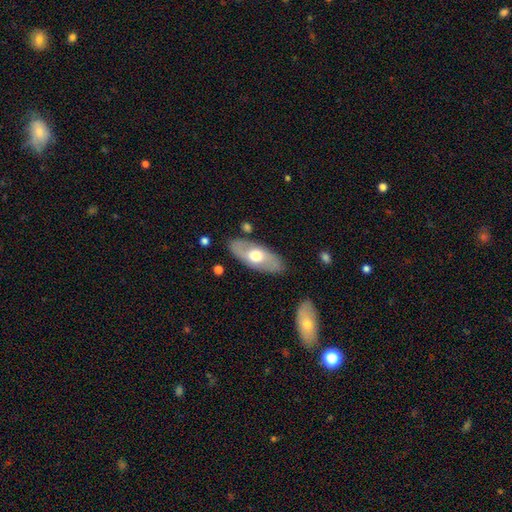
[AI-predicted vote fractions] Smooth or featured?
  - smooth: 51% *
  - featured or disk: 44%
  - star or artifact: 5%
How rounded?
  - in between: 87% *
  - cigar-shaped: 10%
  - round: 3%
Merging?
  - none: 83% *
  - minor disturbance: 11%
  - major disturbance: 3%
  - merger: 2%